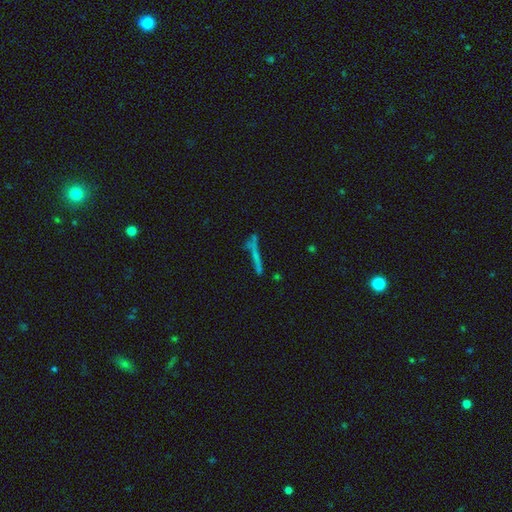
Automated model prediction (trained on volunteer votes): Morphology: type=smooth (47%); merging=none (63%).